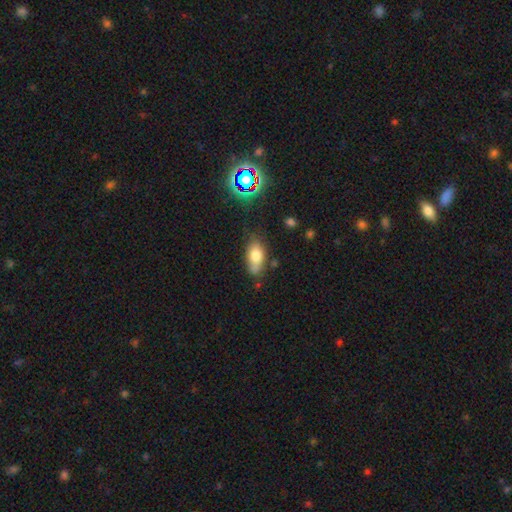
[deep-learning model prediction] A smooth galaxy with no disk features (73%) that is in between round and cigar-shaped (87%).

Vote fractions:
- Smooth or featured? smooth: 73% / featured or disk: 16% / star or artifact: 10%
- How rounded? in between: 87% / cigar-shaped: 8% / round: 5%
- Merging? none: 65% / minor disturbance: 24% / major disturbance: 6% / merger: 5%